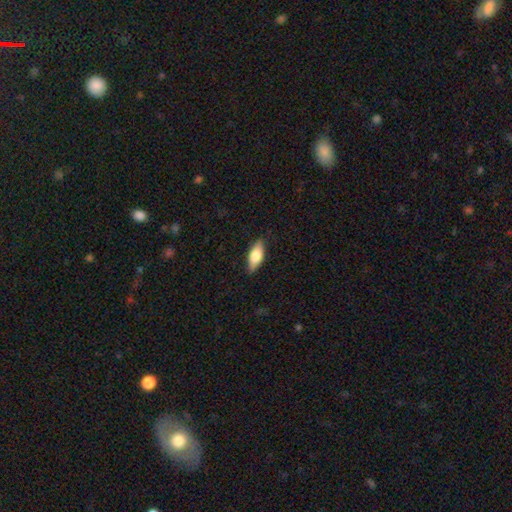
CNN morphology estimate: Smooth or featured? smooth (71%)
How rounded? in between (77%)
Merging? none (86%)